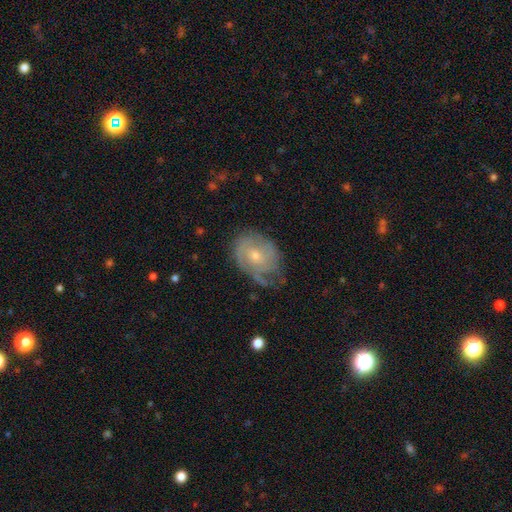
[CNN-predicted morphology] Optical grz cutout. It shows a featured or disk galaxy (74%) with no bar (68%), tight (57%) spiral arms (88%) and a small central bulge (58%). Merging: none (53%).